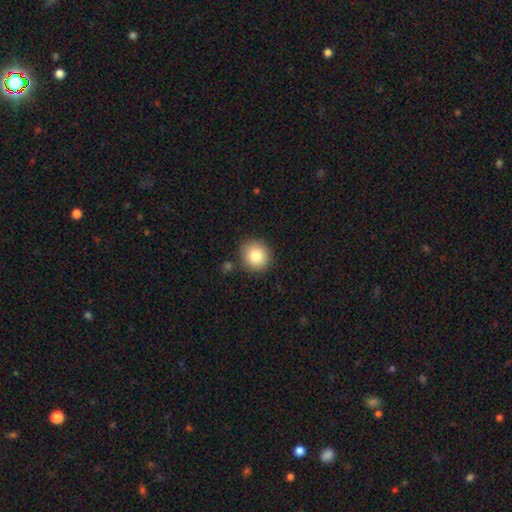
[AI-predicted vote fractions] Smooth or featured: smooth — 82% (star or artifact — 10%)
How rounded: round — 86% (in between — 13%)
Merging: none — 85% (minor disturbance — 9%)